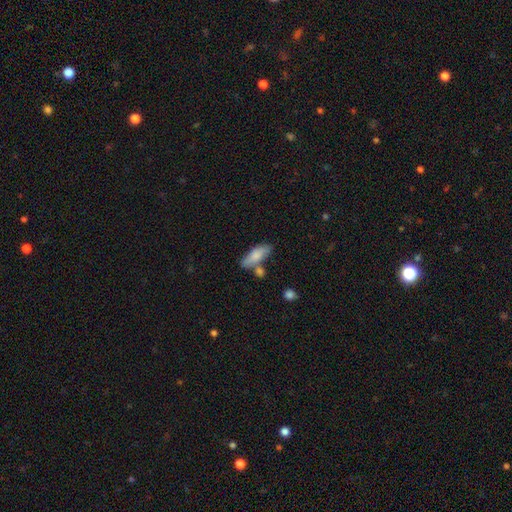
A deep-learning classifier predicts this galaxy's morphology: smooth 76%, featured or disk 17%, star or artifact 6%. Down the decision tree: how rounded — in between (65%); merging — none (58%).